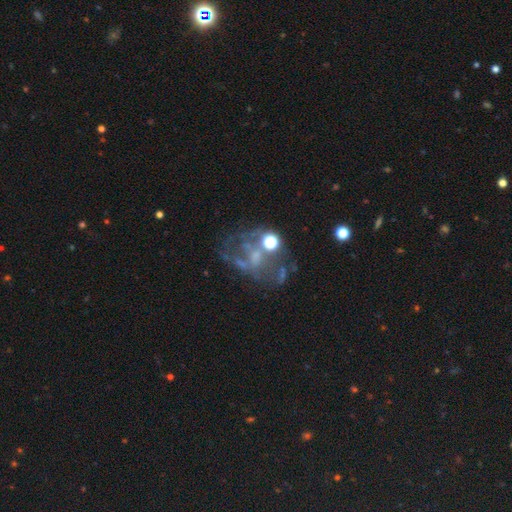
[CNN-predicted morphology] Smooth or featured: featured or disk — 59% (star or artifact — 25%)
Edge-on disk: no — 97% (yes — 3%)
Bar: no — 74% (weak — 19%)
Spiral arms: no — 66% (yes — 34%)
Bulge size: none — 40% (small — 30%)
Merging: none — 40% (major disturbance — 32%)